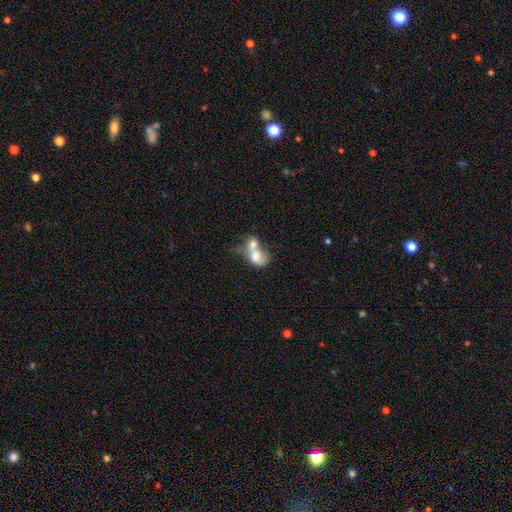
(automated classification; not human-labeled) smooth 64%, featured or disk 28%, star or artifact 8%. Down the decision tree: how rounded — in between (66%); merging — merger (75%).